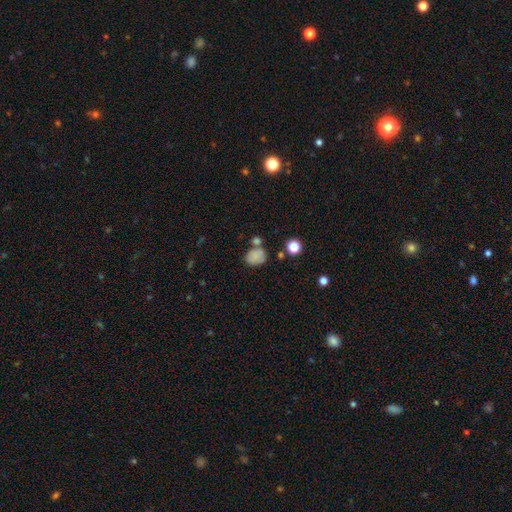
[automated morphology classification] This appears to be a smooth galaxy with no disk features (79%) that is in between round and cigar-shaped (52%). Merging: none (54%).